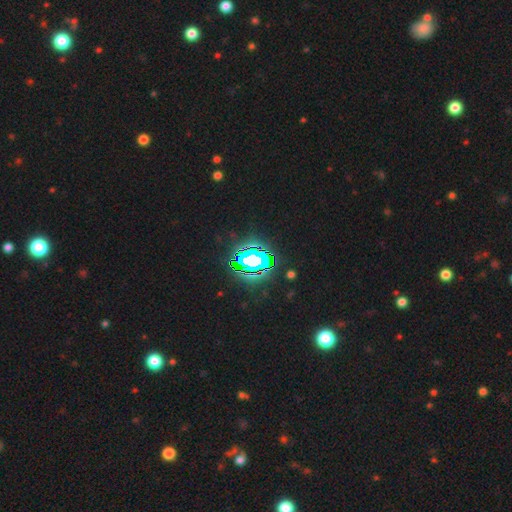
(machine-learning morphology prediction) Smooth or featured? star or artifact (82%)